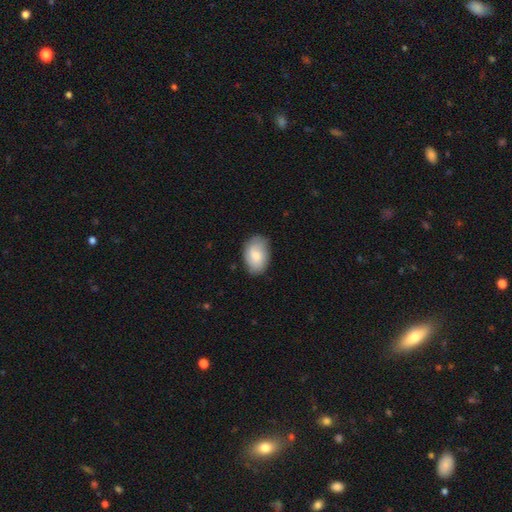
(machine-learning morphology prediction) type=smooth (77%); roundness=in between (88%); merging=none (80%).